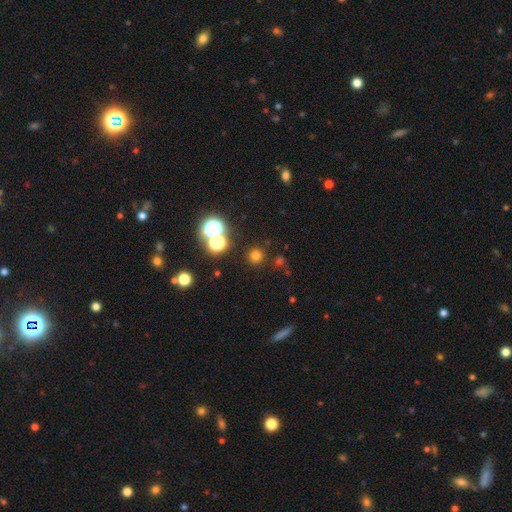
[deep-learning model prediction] smooth-or-featured: smooth: 68% | star or artifact: 26% | featured or disk: 6%
  how-rounded: round: 94% | in between: 5% | cigar-shaped: 1%
  merging: none: 87% | minor disturbance: 6% | merger: 5% | major disturbance: 3%